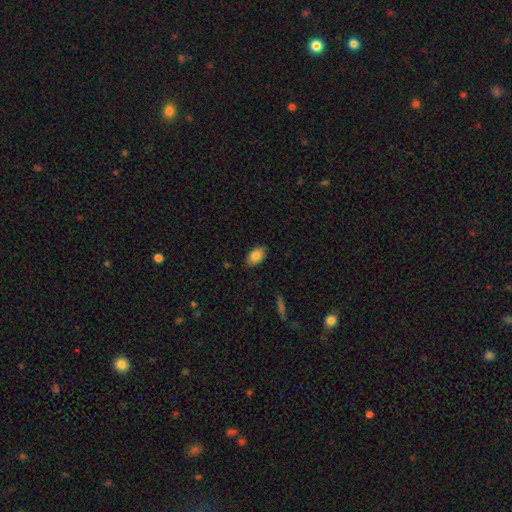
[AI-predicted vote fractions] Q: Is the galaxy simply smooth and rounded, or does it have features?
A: smooth — 84%.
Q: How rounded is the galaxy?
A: in between — 91%.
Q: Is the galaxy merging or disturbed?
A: none — 86%.